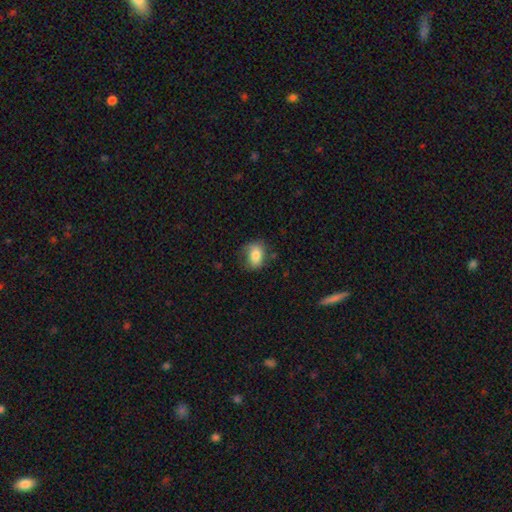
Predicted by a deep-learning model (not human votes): A smooth galaxy with no disk features (81%) that is in between round and cigar-shaped (73%).

Vote fractions:
- Smooth or featured? smooth: 81% / featured or disk: 11% / star or artifact: 8%
- How rounded? in between: 73% / round: 25% / cigar-shaped: 2%
- Merging? none: 59% / minor disturbance: 28% / major disturbance: 10% / merger: 2%